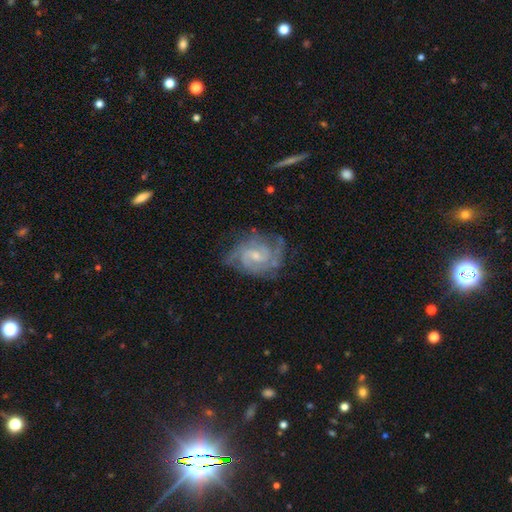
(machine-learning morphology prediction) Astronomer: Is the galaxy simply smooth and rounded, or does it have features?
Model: featured or disk — 87%.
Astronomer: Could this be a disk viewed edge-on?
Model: no — 98%.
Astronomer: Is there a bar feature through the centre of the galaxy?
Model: weak — 53% (runner-up: no, 37%).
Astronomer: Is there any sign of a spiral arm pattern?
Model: yes — 97%.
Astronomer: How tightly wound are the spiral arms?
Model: tight — 53% (runner-up: medium, 39%).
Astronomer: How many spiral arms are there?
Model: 2 — 41% (runner-up: 3, 23%).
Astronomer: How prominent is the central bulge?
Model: small — 56% (runner-up: moderate, 38%).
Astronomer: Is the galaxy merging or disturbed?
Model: none — 67%.